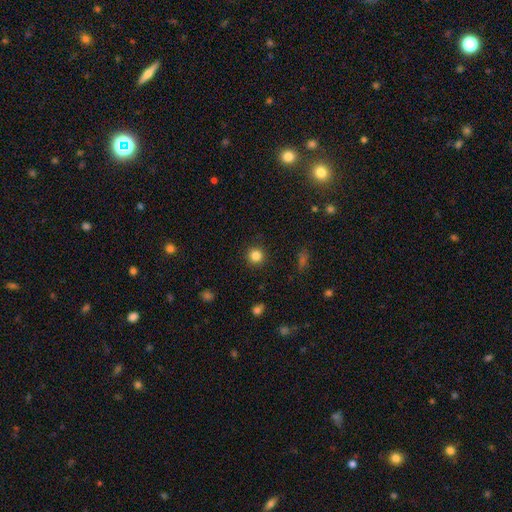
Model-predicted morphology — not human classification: Smooth or featured: smooth — 84% (star or artifact — 12%)
How rounded: round — 94% (in between — 5%)
Merging: none — 91% (minor disturbance — 6%)